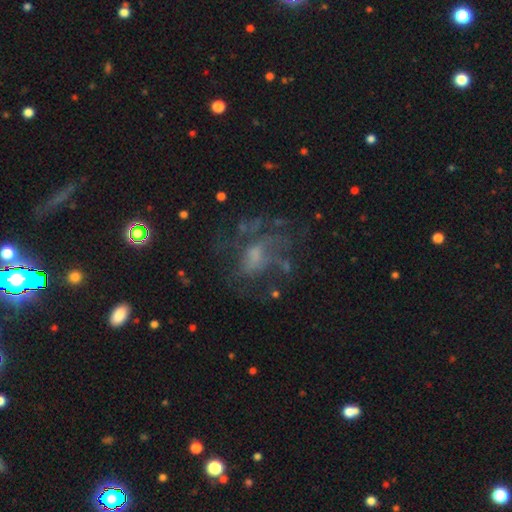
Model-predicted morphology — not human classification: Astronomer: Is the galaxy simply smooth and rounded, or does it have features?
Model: featured or disk — 61%.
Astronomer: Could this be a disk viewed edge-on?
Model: no — 97%.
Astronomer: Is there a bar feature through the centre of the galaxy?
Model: no — 66%.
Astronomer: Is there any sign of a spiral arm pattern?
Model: yes — 53% (runner-up: no, 47%).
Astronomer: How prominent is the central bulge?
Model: small — 33% (runner-up: moderate, 32%).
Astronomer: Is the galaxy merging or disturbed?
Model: none — 48% (runner-up: major disturbance, 31%).